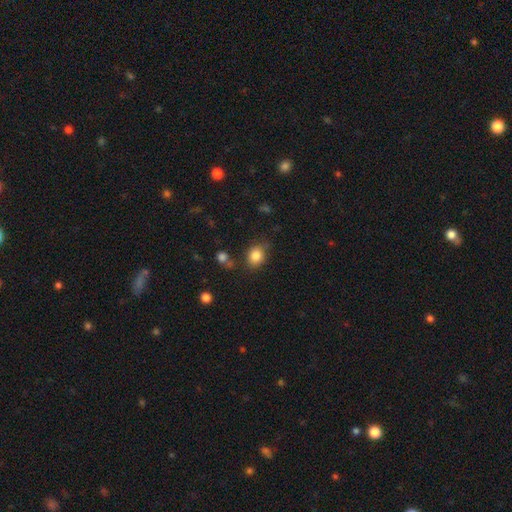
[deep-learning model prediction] This appears to be a smooth galaxy with no disk features (84%) that is round (58%). Merging: none (74%).